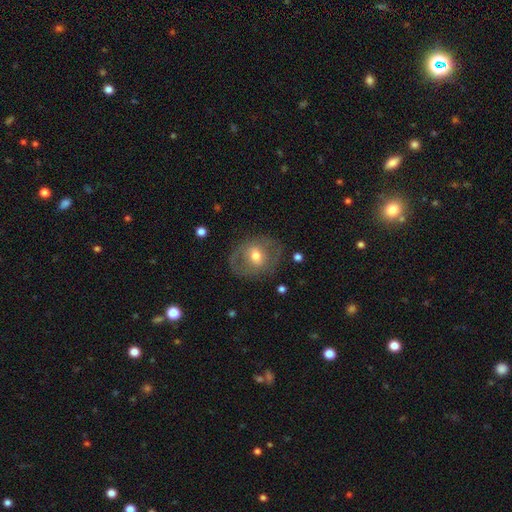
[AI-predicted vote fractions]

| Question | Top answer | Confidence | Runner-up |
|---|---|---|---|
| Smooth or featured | featured or disk | 52% | smooth (41%) |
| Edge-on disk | no | 94% | yes (6%) |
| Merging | none | 73% | minor disturbance (16%) |